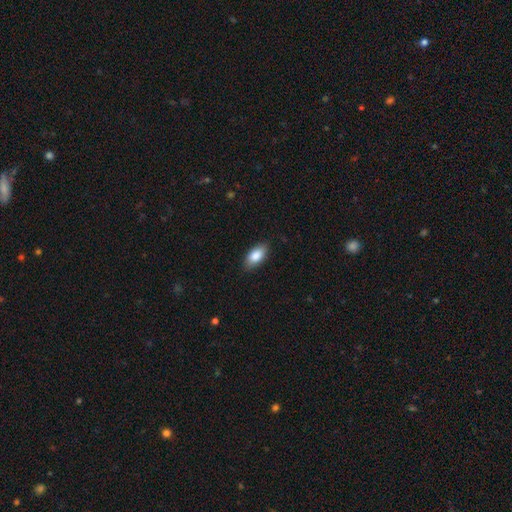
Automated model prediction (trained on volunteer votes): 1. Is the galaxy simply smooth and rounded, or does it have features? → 86% smooth, 7% featured or disk, 6% star or artifact.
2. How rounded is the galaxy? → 92% in between, 6% cigar-shaped, 3% round.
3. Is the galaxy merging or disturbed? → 85% none, 11% minor disturbance, 2% major disturbance, 1% merger.